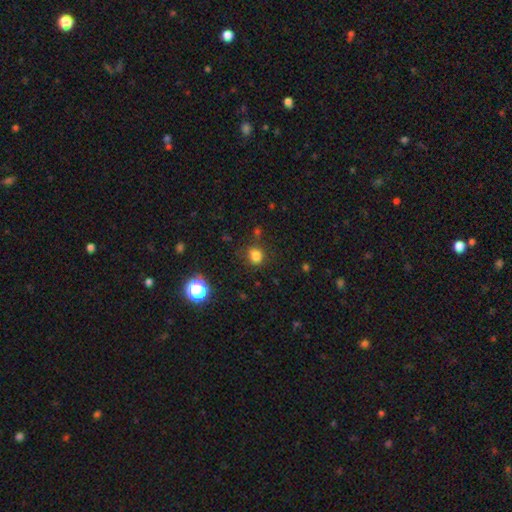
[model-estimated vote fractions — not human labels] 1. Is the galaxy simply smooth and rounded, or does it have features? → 79% smooth, 15% star or artifact, 6% featured or disk.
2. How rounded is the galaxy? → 69% round, 30% in between, 1% cigar-shaped.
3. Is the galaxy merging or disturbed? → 78% none, 14% minor disturbance, 4% major disturbance, 4% merger.